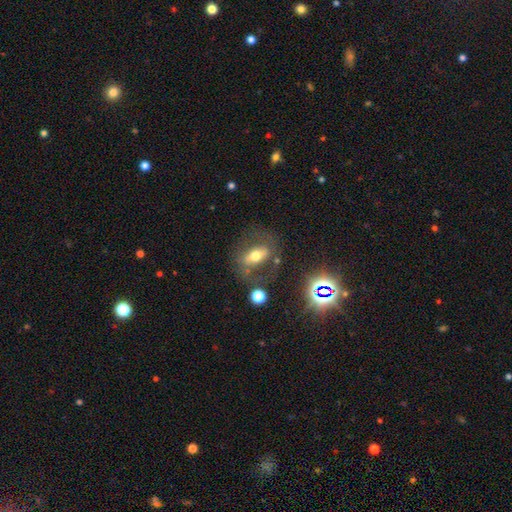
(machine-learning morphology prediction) smooth_or_featured: featured or disk (p=0.47) [alt: smooth p=0.40]
merging: none (p=0.62) [alt: minor disturbance p=0.17]